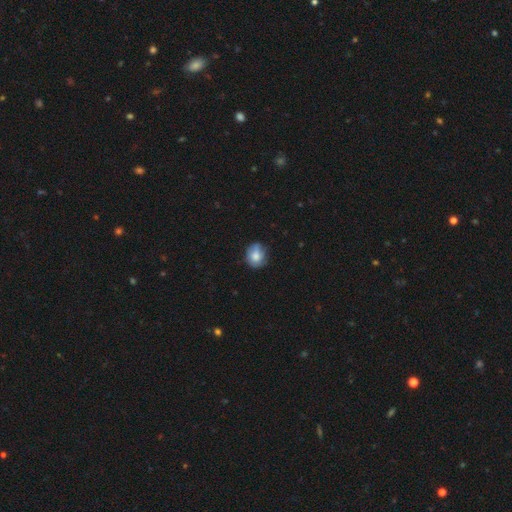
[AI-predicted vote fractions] Smooth or featured? smooth (73%)
How rounded? round (73%)
Merging? none (62%)